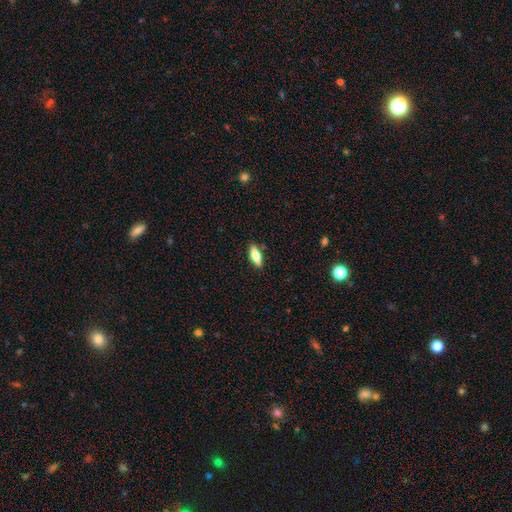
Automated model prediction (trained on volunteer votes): smooth_or_featured: smooth (p=0.63) [alt: featured or disk p=0.30]
how_rounded: in between (p=0.62) [alt: cigar-shaped p=0.35]
merging: none (p=0.87) [alt: minor disturbance p=0.09]